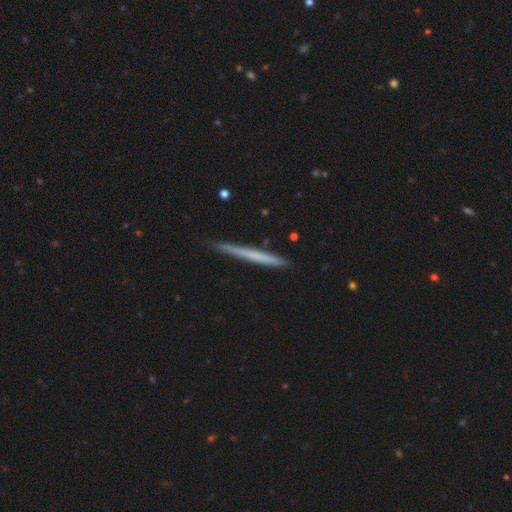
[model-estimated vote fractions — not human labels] The model was most divided on "smooth or featured": smooth: 54%, featured or disk: 41%, star or artifact: 6%. More confident: how rounded — cigar-shaped (97%); merging — none (87%).